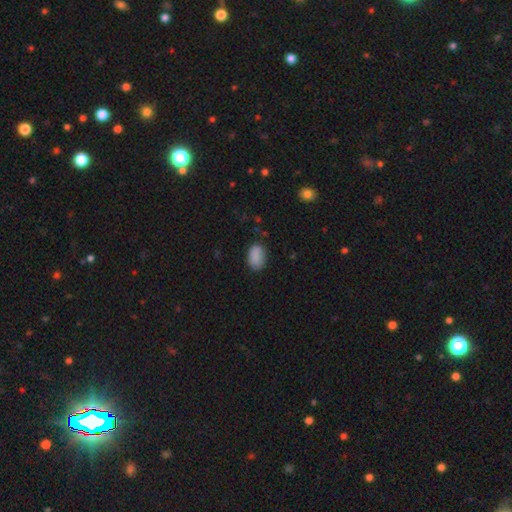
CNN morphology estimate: A smooth galaxy with no disk features (87%) that is in between round and cigar-shaped (86%). Merging: none (78%).